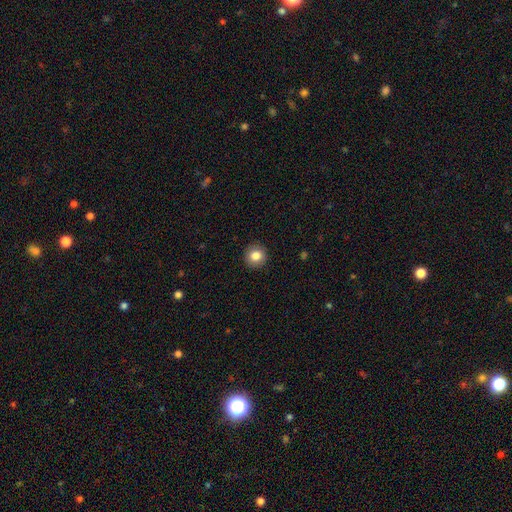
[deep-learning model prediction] smooth 84%, star or artifact 9%, featured or disk 7%. Down the decision tree: how rounded — round (93%); merging — none (92%).